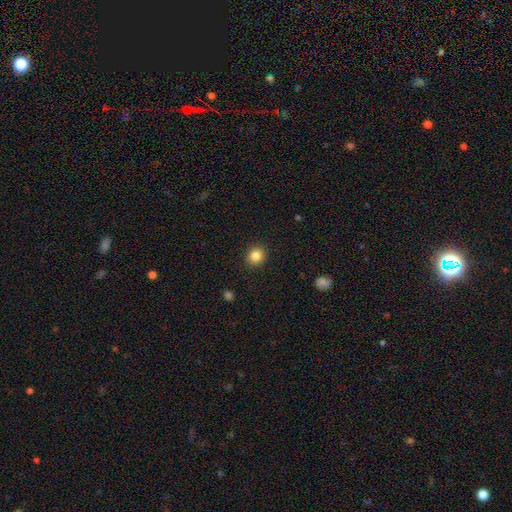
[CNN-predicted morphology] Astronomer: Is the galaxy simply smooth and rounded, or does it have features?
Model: smooth — 85%.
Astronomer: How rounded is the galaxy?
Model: round — 87%.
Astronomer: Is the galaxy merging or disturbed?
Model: none — 91%.